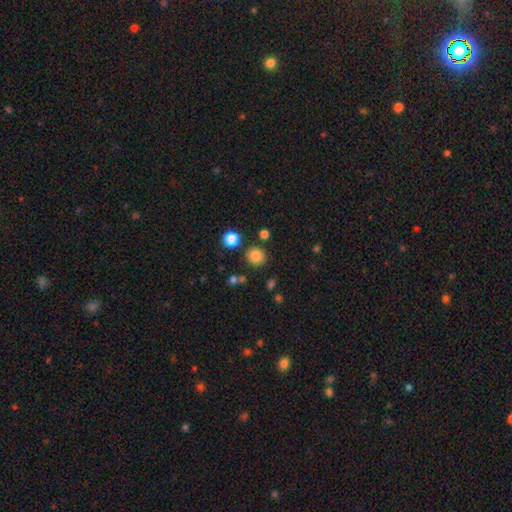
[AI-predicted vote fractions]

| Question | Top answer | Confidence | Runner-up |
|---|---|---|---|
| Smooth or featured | smooth | 84% | star or artifact (12%) |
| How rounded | round | 88% | in between (11%) |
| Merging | none | 85% | minor disturbance (7%) |